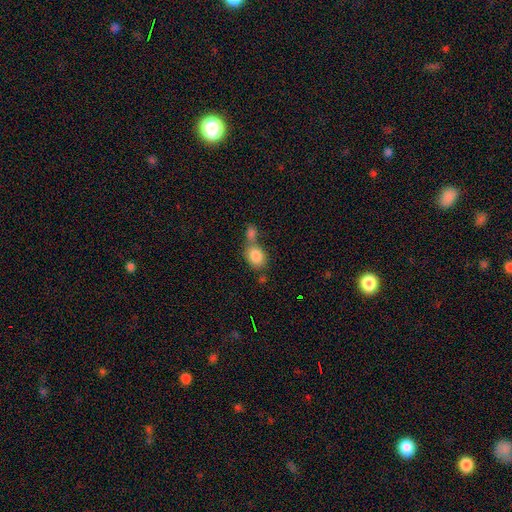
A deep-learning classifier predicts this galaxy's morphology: This is clearly a smooth galaxy (84%). How rounded: possibly in between (60%). Merging: possibly merger (46%).